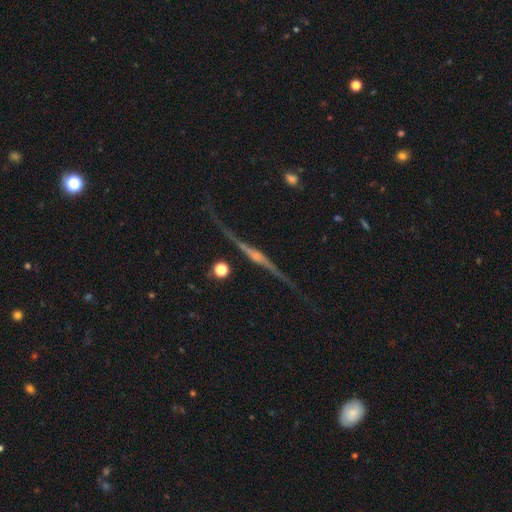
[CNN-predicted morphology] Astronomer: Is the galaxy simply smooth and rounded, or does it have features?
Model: featured or disk — 86%.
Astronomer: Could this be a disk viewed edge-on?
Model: yes — 94%.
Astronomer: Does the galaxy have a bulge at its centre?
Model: rounded — 74%.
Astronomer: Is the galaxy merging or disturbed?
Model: none — 80%.